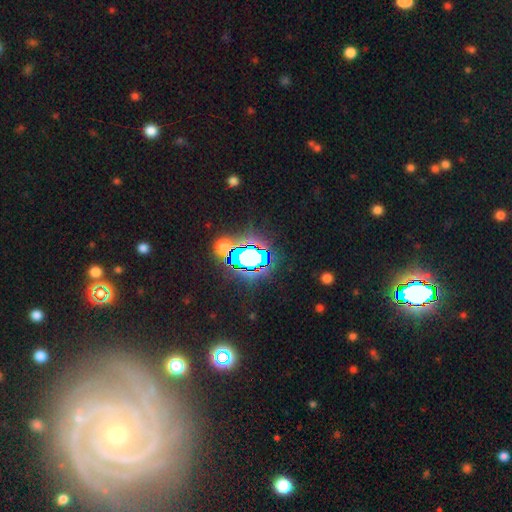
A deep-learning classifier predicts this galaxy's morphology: smooth-or-featured: star or artifact: 62% | featured or disk: 21% | smooth: 17%